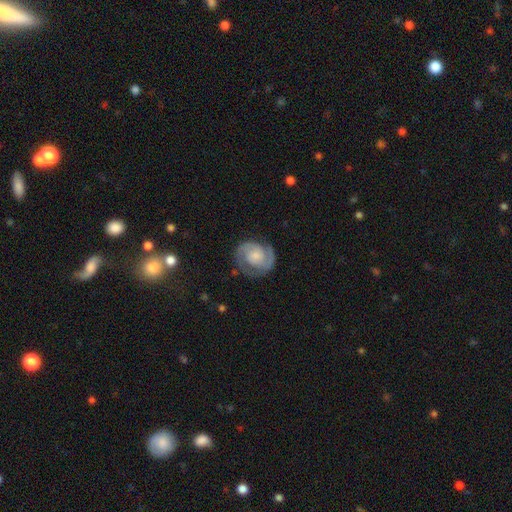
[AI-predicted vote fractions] This appears to be a featured or disk galaxy (81%) with no bar (63%), 2 (88%) tight (48%) spiral arms (96%) and a small central bulge (36%). Merging: none (76%).